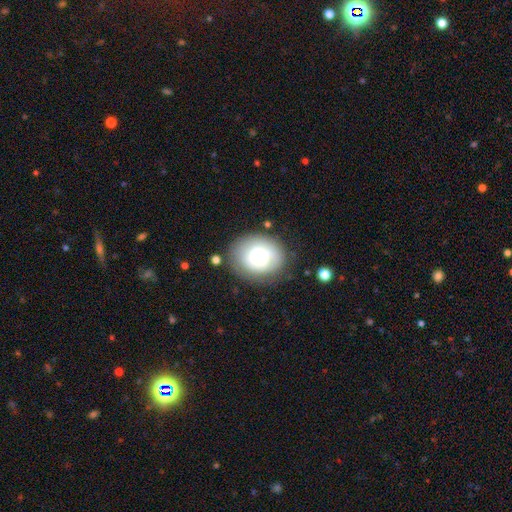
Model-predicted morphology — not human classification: A smooth galaxy with no disk features (59%) that is round (55%).

Vote fractions:
- Smooth or featured? smooth: 59% / featured or disk: 33% / star or artifact: 8%
- How rounded? round: 55% / in between: 44% / cigar-shaped: 1%
- Merging? none: 73% / minor disturbance: 17% / major disturbance: 7% / merger: 3%